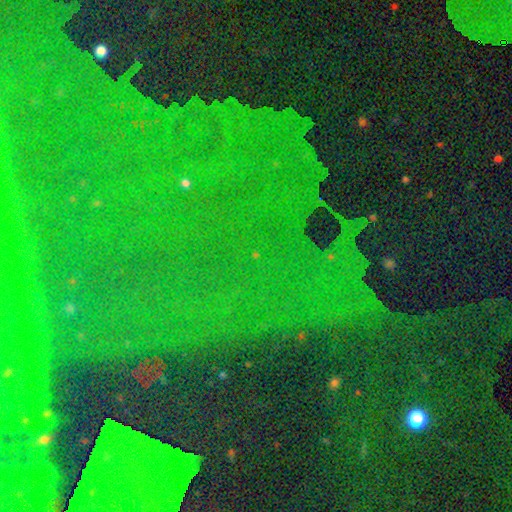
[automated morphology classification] Smooth or featured?
  - star or artifact: 86% *
  - featured or disk: 8%
  - smooth: 7%